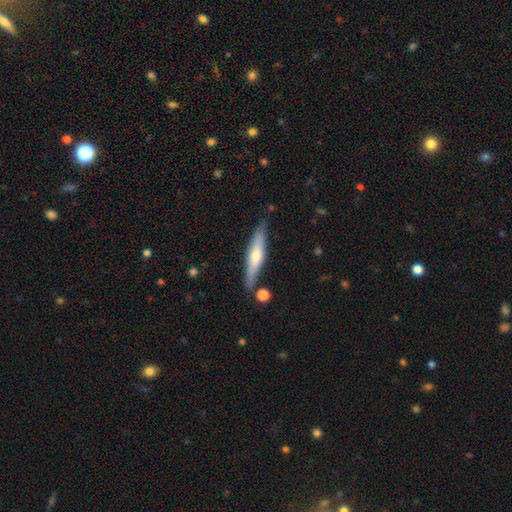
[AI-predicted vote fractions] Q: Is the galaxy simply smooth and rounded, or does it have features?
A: featured or disk — 53%.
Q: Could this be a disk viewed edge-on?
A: yes — 89%.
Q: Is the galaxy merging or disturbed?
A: none — 79%.